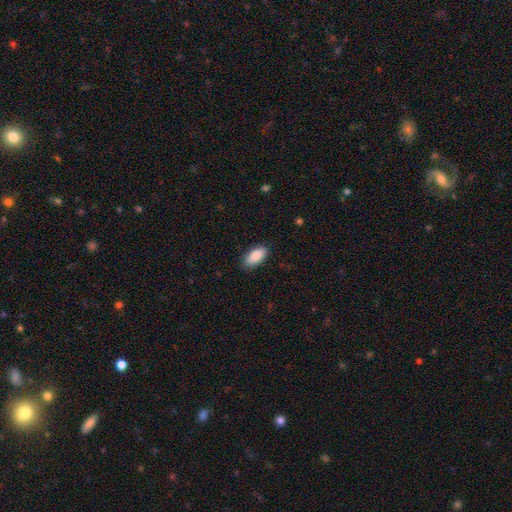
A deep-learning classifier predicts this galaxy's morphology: Q: Smooth or featured?
A: smooth (88%); runner-up: star or artifact (6%)
Q: How rounded?
A: in between (91%); runner-up: cigar-shaped (7%)
Q: Merging?
A: none (86%); runner-up: minor disturbance (11%)